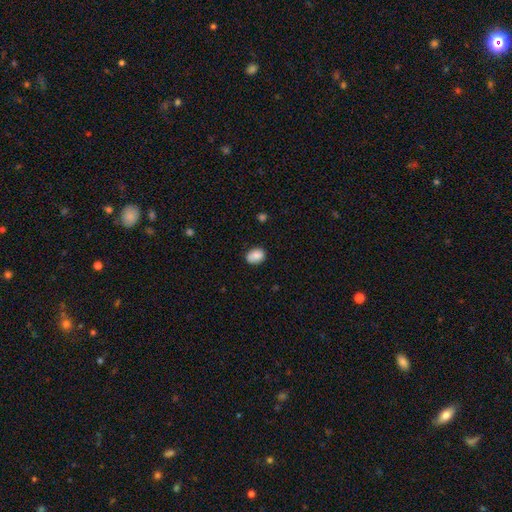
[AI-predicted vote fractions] Morphology: type=smooth (85%); roundness=in between (75%); merging=none (80%).